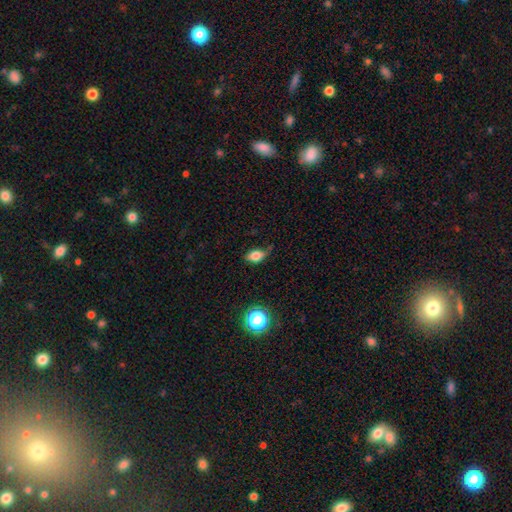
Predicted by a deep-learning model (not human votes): This is likely a smooth galaxy (75%). How rounded: likely in between (79%). Merging: possibly none (60%).